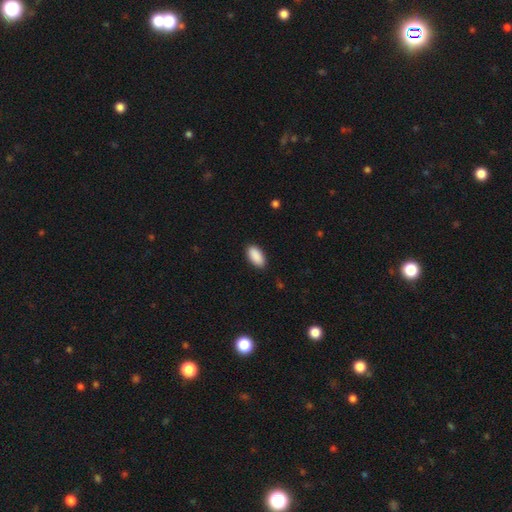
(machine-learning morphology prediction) smooth_or_featured: smooth (p=0.91) [alt: star or artifact p=0.06]
how_rounded: in between (p=0.93) [alt: cigar-shaped p=0.04]
merging: none (p=0.88) [alt: minor disturbance p=0.09]